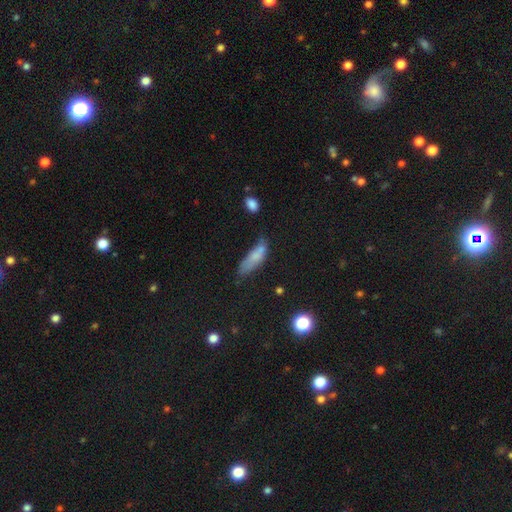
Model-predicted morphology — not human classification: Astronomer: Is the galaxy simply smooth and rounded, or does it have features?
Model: smooth — 70%.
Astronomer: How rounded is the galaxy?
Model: in between — 55% (runner-up: cigar-shaped, 42%).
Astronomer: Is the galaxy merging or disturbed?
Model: none — 37% (runner-up: minor disturbance, 30%).